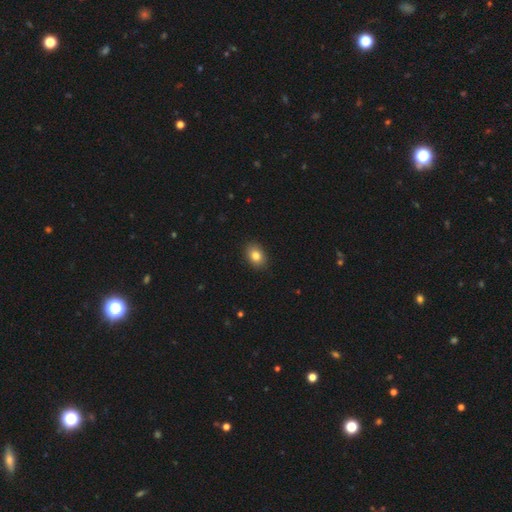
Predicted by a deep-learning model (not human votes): Smooth or featured: smooth — 84% (star or artifact — 9%)
How rounded: in between — 70% (round — 29%)
Merging: none — 89% (minor disturbance — 8%)